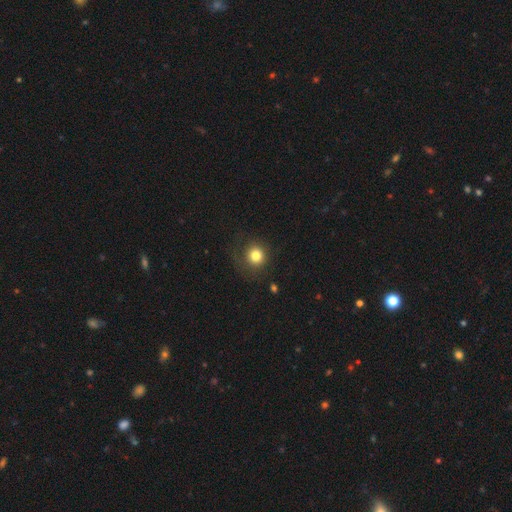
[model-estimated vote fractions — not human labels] This appears to be a smooth galaxy with no disk features (80%) that is round (92%). Merging: none (78%).